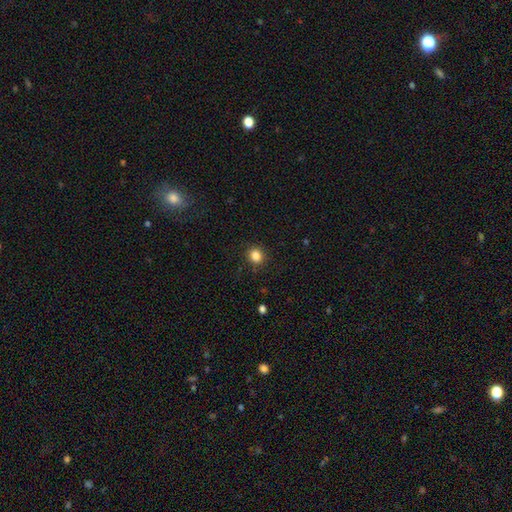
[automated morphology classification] The model was most divided on "how rounded": round: 81%, in between: 18%, cigar-shaped: 1%. More confident: merging — none (90%); smooth or featured — smooth (85%).